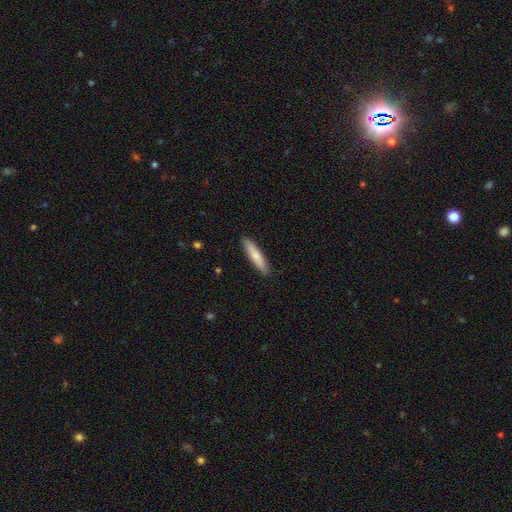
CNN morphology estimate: Overall: smooth (76%). How rounded: cigar-shaped (85%). Merging: none (90%).